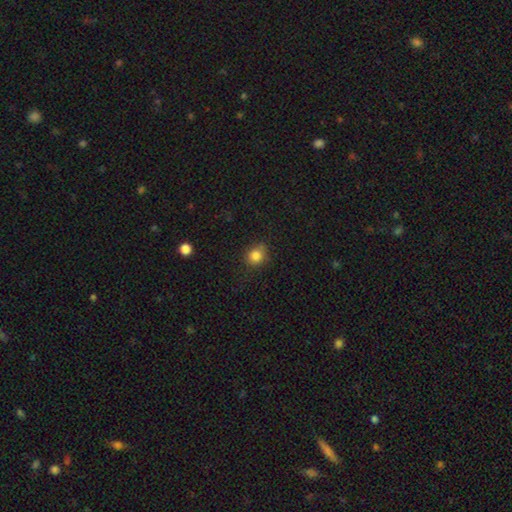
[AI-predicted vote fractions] This is clearly a smooth galaxy (83%). How rounded: likely round (79%). Merging: likely none (78%).